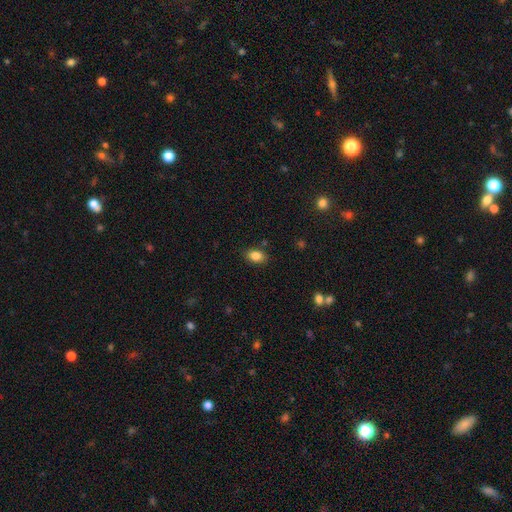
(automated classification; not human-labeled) Smooth or featured? smooth (85%)
How rounded? in between (84%)
Merging? none (84%)